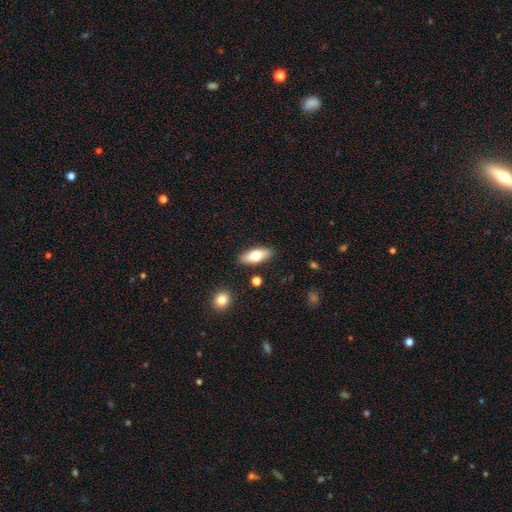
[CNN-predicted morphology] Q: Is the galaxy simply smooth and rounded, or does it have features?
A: smooth — 70%.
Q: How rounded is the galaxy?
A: in between — 77%.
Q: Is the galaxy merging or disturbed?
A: none — 86%.